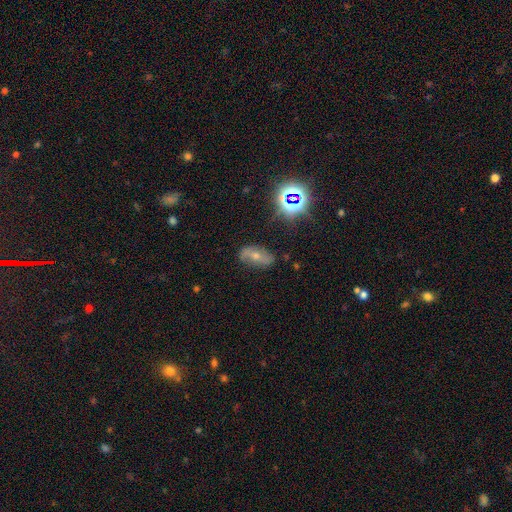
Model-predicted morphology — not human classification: A featured or disk galaxy (46%). Merging: none (69%).